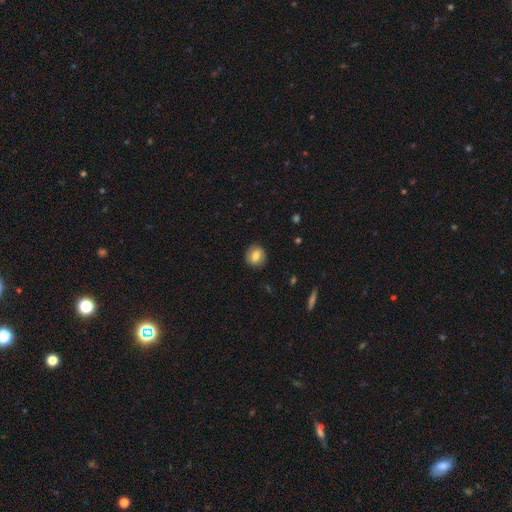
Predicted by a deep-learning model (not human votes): smooth_or_featured: smooth (p=0.73) [alt: featured or disk p=0.19]
how_rounded: round (p=0.85) [alt: in between p=0.14]
merging: none (p=0.88) [alt: minor disturbance p=0.09]